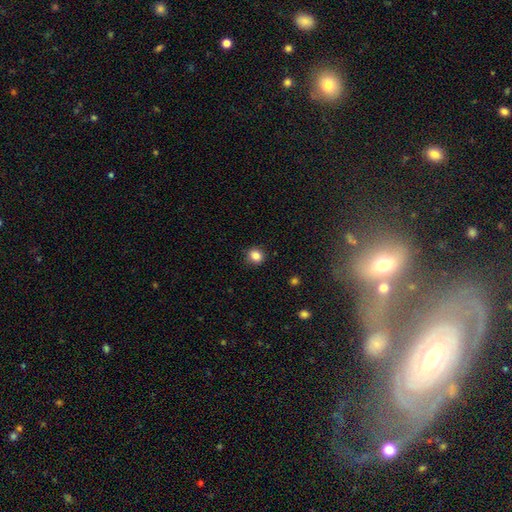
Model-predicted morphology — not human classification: Smooth or featured: smooth — 84% (star or artifact — 11%)
How rounded: round — 79% (in between — 20%)
Merging: none — 87% (minor disturbance — 10%)